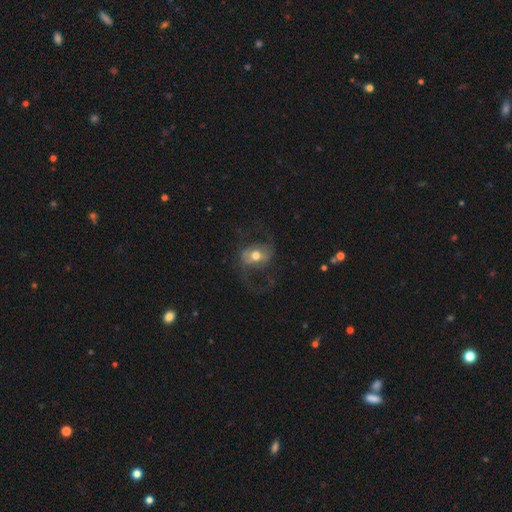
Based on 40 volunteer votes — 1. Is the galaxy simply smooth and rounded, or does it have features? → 52% featured or disk, 40% smooth, 8% star or artifact.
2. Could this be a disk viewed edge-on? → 100% no, 0% yes.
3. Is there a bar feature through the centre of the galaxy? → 52% weak, 24% strong, 24% no.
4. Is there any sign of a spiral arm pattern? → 95% yes, 5% no.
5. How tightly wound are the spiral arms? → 55% loose, 45% medium, 0% tight.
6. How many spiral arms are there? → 100% 2, 0% 1, 0% 3, 0% 4, 0% more than 4, 0% can't tell.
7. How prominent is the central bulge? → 71% moderate, 14% large, 10% small, 5% dominant, 0% none.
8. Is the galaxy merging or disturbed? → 46% none, 27% major disturbance, 24% minor disturbance, 3% merger.